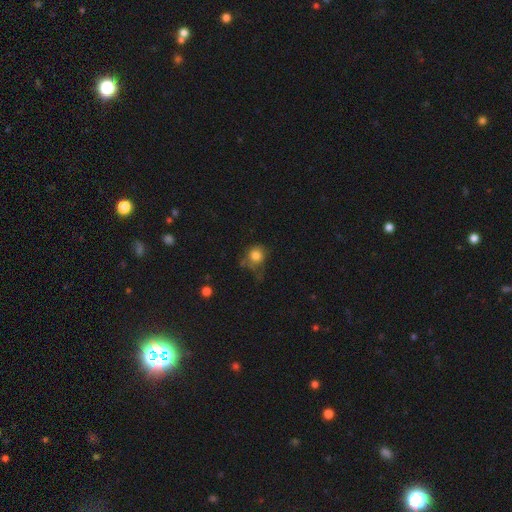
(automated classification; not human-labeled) A smooth galaxy with no disk features (79%) that is round (80%). Merging: none (47%).